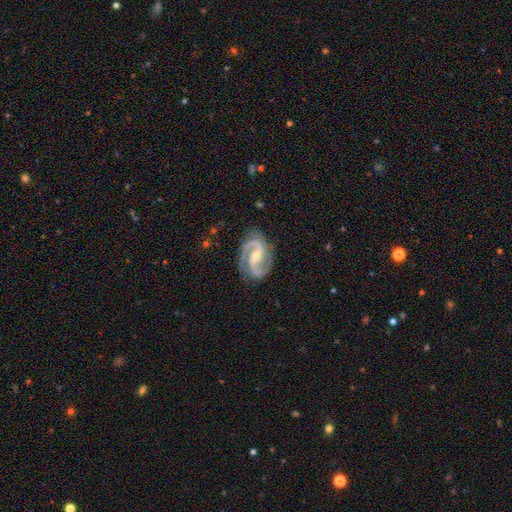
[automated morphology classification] This is clearly a featured or disk galaxy (93%). It is clearly not viewed edge-on (98%). Bar: marginally weak (41%). Spiral arm pattern: clearly yes (98%). Spiral arm count: clearly 2 (93%). Spiral winding: likely medium (63%). Central bulge: possibly small (52%). Merging: clearly none (82%).